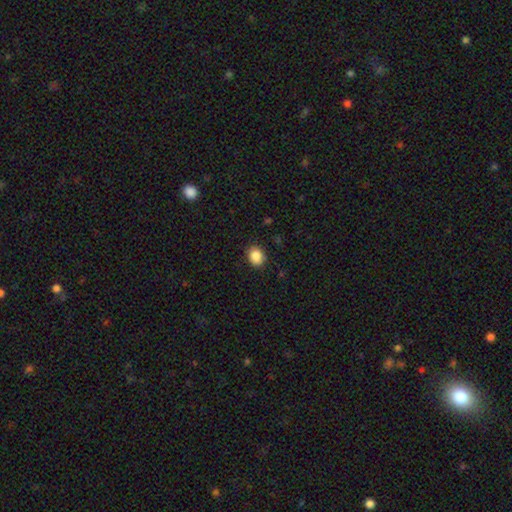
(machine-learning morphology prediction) Smooth or featured? smooth (87%)
How rounded? round (52%)
Merging? none (87%)